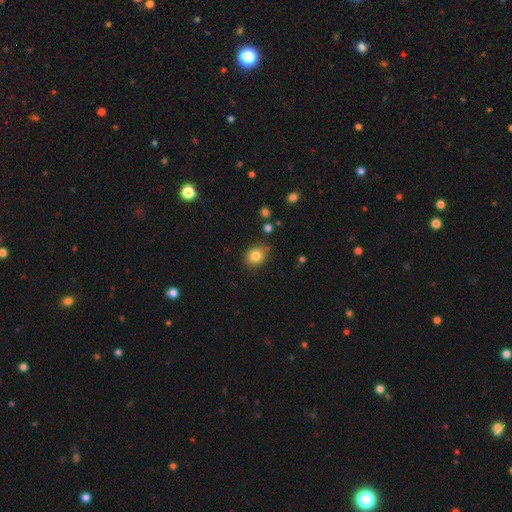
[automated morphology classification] Smooth or featured?
  - smooth: 83% *
  - star or artifact: 10%
  - featured or disk: 7%
How rounded?
  - round: 59% *
  - in between: 40%
  - cigar-shaped: 1%
Merging?
  - none: 80% *
  - minor disturbance: 14%
  - major disturbance: 3%
  - merger: 3%